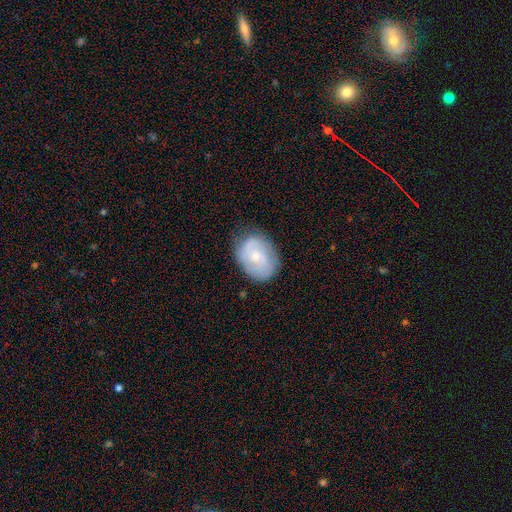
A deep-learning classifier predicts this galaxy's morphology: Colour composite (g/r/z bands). It shows a featured or disk galaxy (50%). Merging: none (73%).